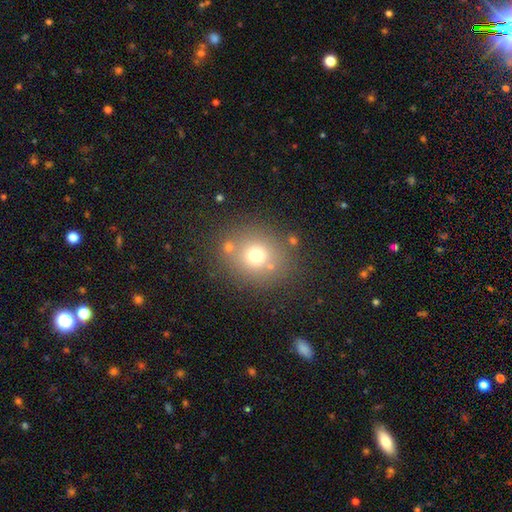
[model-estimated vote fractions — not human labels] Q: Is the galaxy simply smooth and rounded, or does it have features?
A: smooth — 69%.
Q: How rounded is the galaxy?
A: round — 80%.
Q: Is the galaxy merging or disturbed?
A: none — 77%.